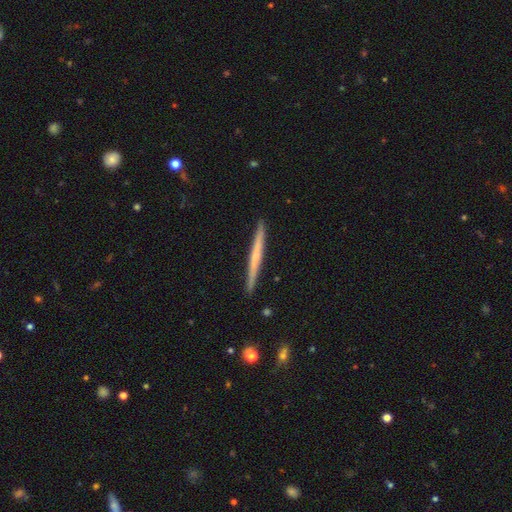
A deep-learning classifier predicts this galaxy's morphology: Smooth or featured: featured or disk — 53% (smooth — 42%)
Edge-on disk: yes — 98% (no — 2%)
Edge-on bulge: none — 73% (rounded — 19%)
Merging: none — 92% (minor disturbance — 6%)